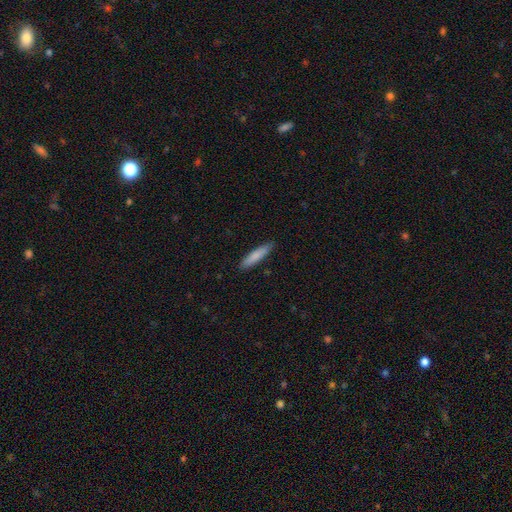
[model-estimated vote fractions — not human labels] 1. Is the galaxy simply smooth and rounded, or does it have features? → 82% smooth, 12% featured or disk, 5% star or artifact.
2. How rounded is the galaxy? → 86% cigar-shaped, 13% in between, 1% round.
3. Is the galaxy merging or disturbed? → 88% none, 10% minor disturbance, 2% major disturbance, 1% merger.